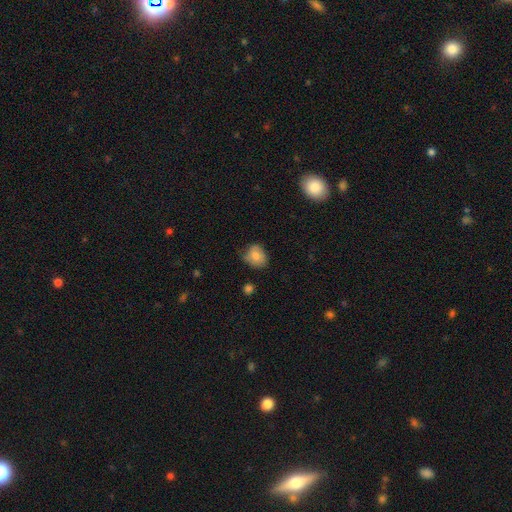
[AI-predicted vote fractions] Q: Smooth or featured?
A: smooth (75%); runner-up: featured or disk (16%)
Q: How rounded?
A: round (64%); runner-up: in between (35%)
Q: Merging?
A: none (62%); runner-up: minor disturbance (30%)